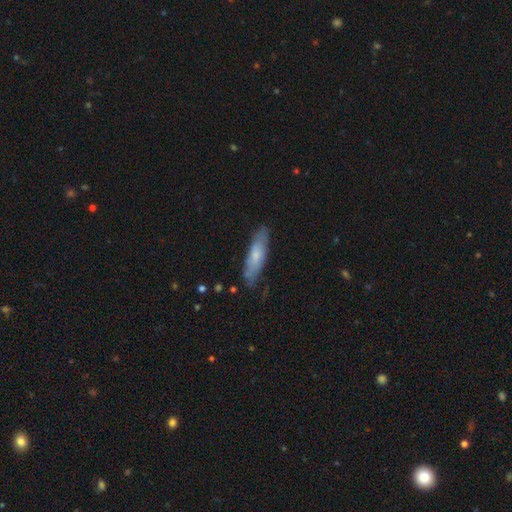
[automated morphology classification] This appears to be a smooth galaxy with no disk features (64%) that is cigar-shaped (67%). Merging: none (76%).